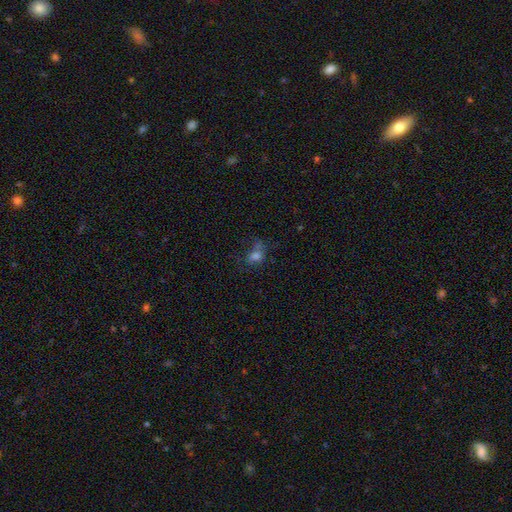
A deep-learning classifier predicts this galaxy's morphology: Smooth or featured?
  - smooth: 63% *
  - star or artifact: 20%
  - featured or disk: 16%
How rounded?
  - in between: 56% *
  - round: 42%
  - cigar-shaped: 2%
Merging?
  - none: 43% *
  - major disturbance: 25%
  - minor disturbance: 23%
  - merger: 8%